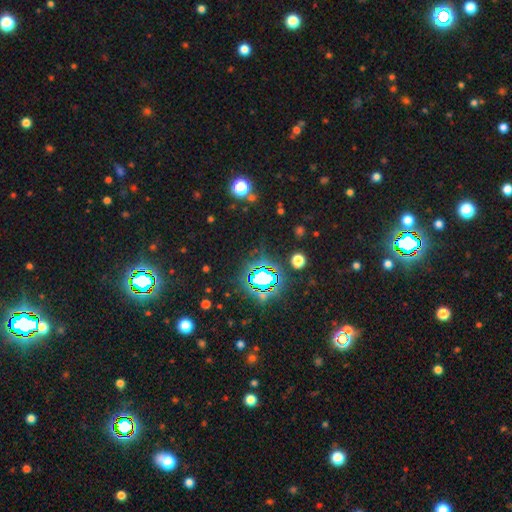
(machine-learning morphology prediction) Overall: star or artifact (81%).